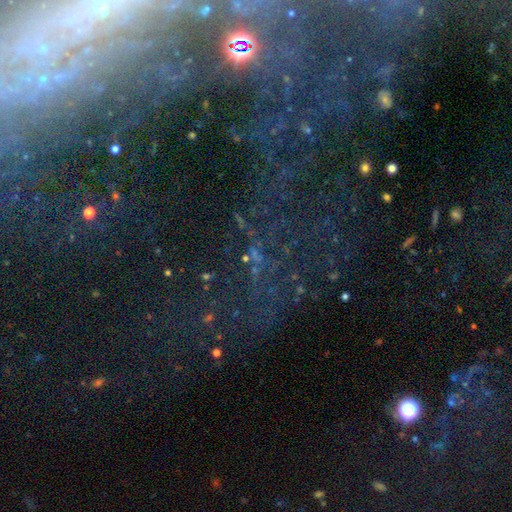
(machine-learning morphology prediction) type=star or artifact (70%).